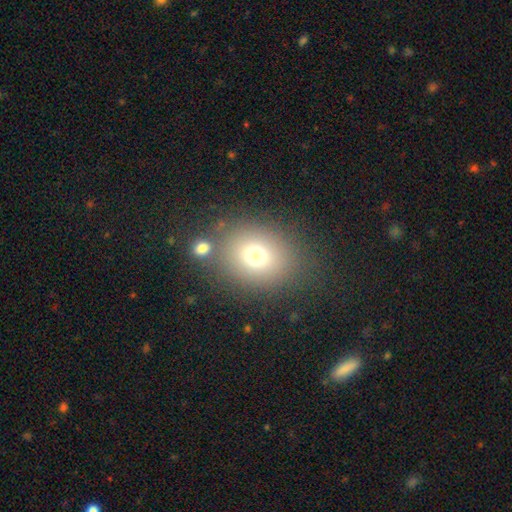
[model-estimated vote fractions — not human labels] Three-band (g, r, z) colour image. It shows a smooth galaxy with no disk features (73%) that is round (59%). Merging: none (72%).